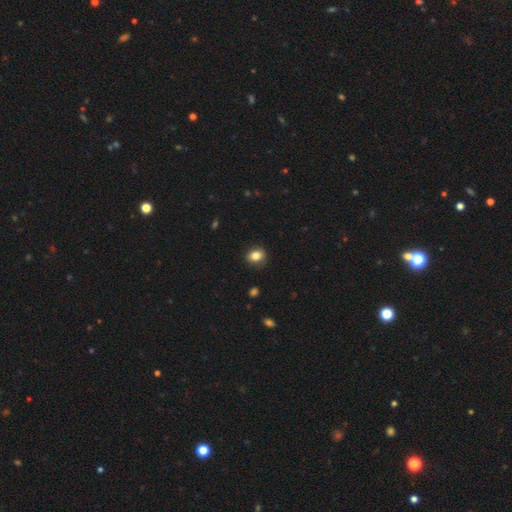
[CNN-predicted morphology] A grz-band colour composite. It shows a smooth galaxy with no disk features (83%) that is in between round and cigar-shaped (50%). Merging: none (86%).